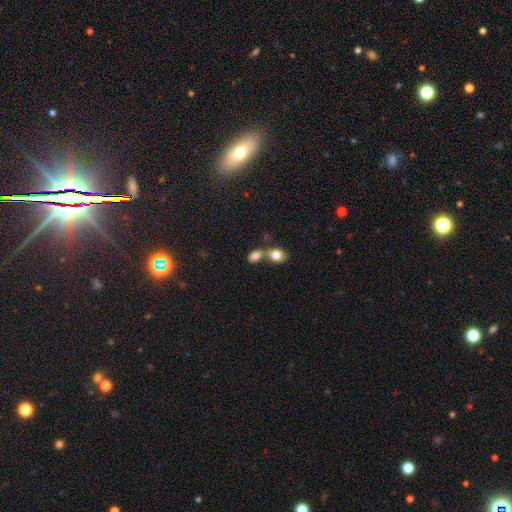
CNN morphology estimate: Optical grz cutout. It shows a smooth galaxy with no disk features (81%) that is in between round and cigar-shaped (73%). Merging: merger (58%).